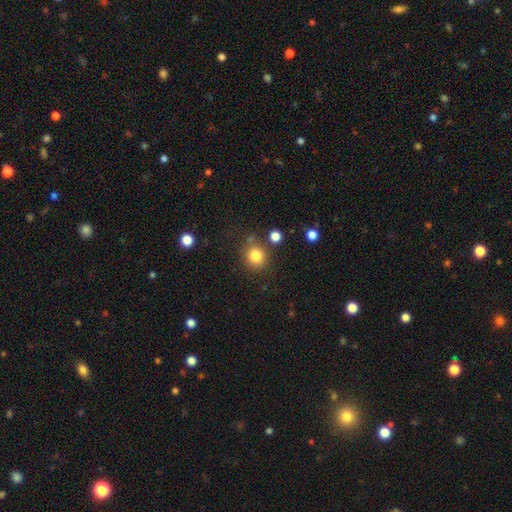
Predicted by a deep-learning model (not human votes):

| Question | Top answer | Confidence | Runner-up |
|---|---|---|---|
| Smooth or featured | smooth | 82% | star or artifact (12%) |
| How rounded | round | 85% | in between (14%) |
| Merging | none | 77% | minor disturbance (11%) |